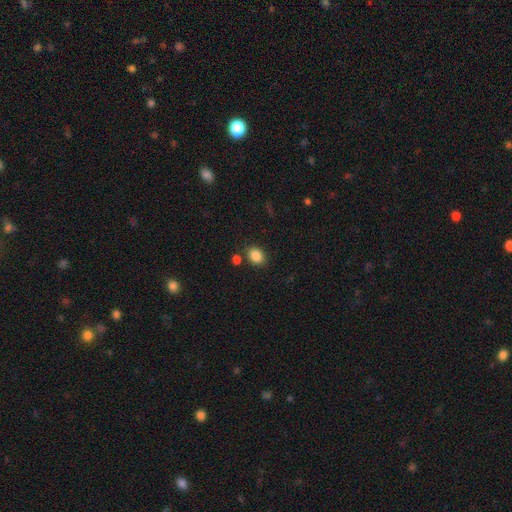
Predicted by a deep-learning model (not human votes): Overall: smooth (86%). How rounded: in between (54%; round 45%). Merging: none (78%).